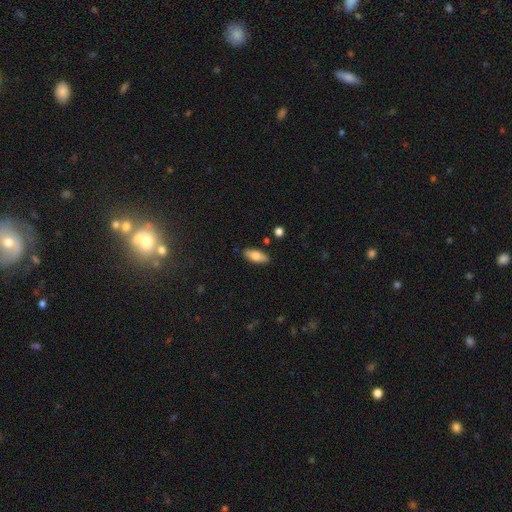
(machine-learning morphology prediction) smooth-or-featured: smooth: 77% | featured or disk: 17% | star or artifact: 7%
  how-rounded: in between: 81% | cigar-shaped: 16% | round: 2%
  merging: none: 85% | minor disturbance: 11% | merger: 2% | major disturbance: 2%